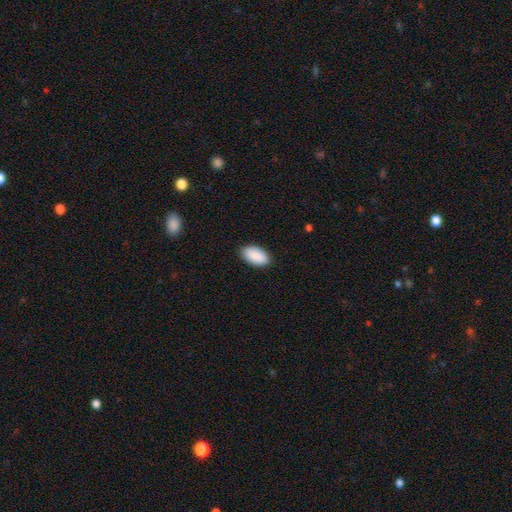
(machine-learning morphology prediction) The model was most divided on "merging": none: 89%, minor disturbance: 8%, major disturbance: 2%, merger: 1%. More confident: how rounded — in between (96%); smooth or featured — smooth (91%).